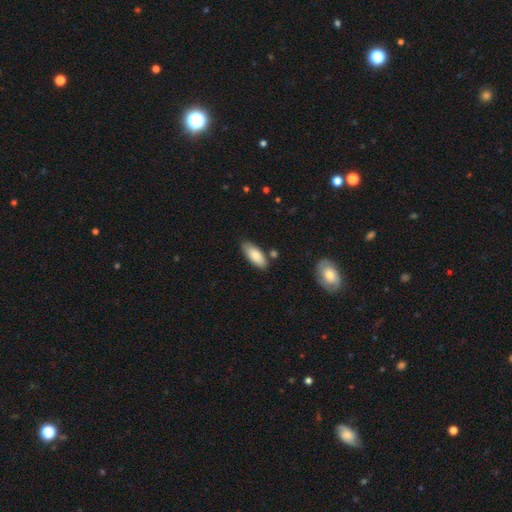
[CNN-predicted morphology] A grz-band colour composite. It shows a smooth galaxy with no disk features (81%) that is in between round and cigar-shaped (85%). Merging: none (79%).